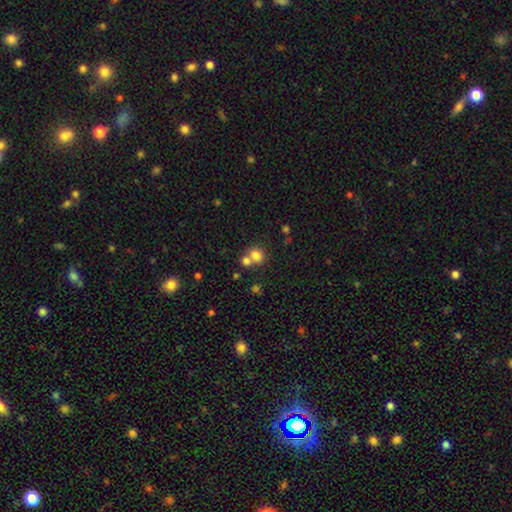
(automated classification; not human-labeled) The model was most divided on "merging": none: 46%, merger: 44%, minor disturbance: 7%, major disturbance: 3%. More confident: how rounded — round (80%); smooth or featured — smooth (77%).